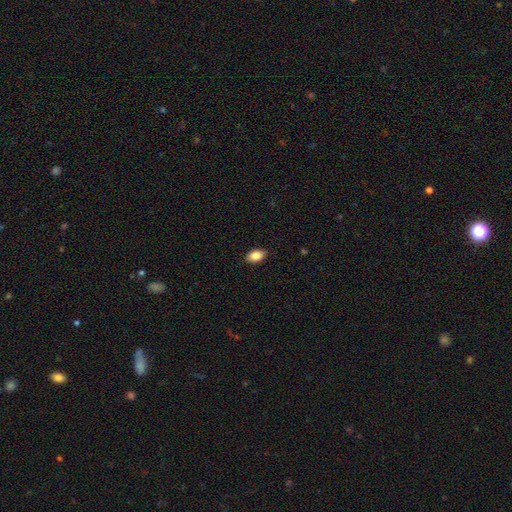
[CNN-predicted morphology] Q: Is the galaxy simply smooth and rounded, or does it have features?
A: smooth — 85%.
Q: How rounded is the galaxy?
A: in between — 90%.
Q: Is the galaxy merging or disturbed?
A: none — 88%.